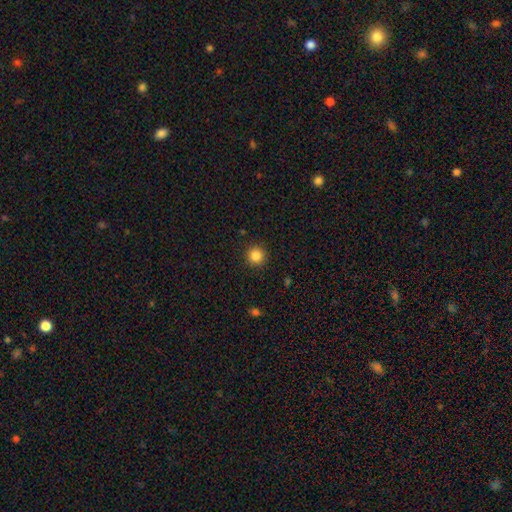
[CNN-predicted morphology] Smooth or featured?
  - smooth: 85% *
  - star or artifact: 11%
  - featured or disk: 4%
How rounded?
  - round: 95% *
  - in between: 4%
  - cigar-shaped: 1%
Merging?
  - none: 92% *
  - minor disturbance: 5%
  - major disturbance: 2%
  - merger: 1%